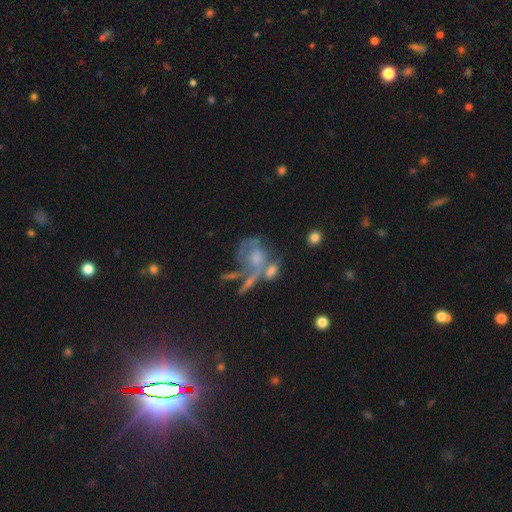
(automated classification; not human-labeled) A featured or disk galaxy (54%). Merging: merger (35%).